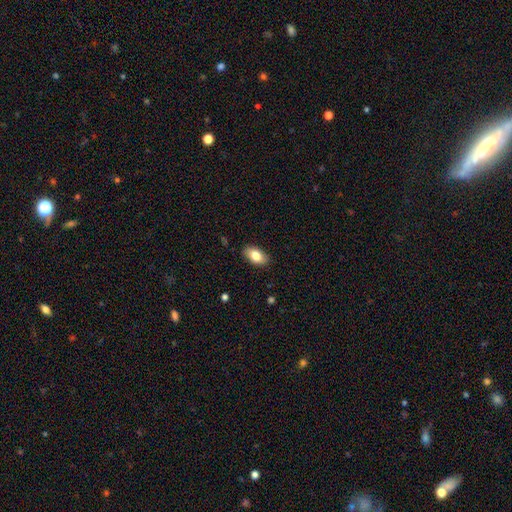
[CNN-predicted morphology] The model was most divided on "smooth or featured": smooth: 81%, featured or disk: 13%, star or artifact: 7%. More confident: how rounded — in between (93%); merging — none (87%).